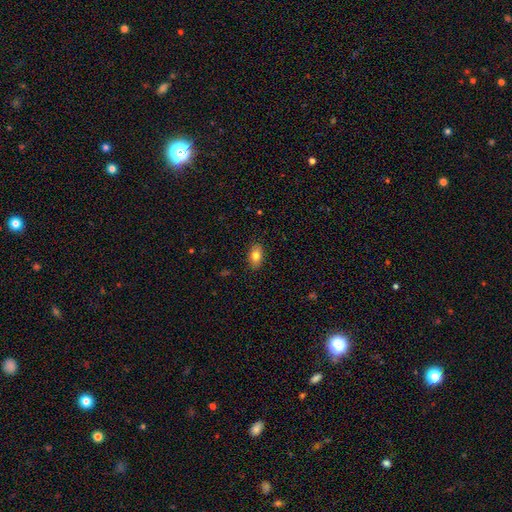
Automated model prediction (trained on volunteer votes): Overall: smooth (79%). How rounded: in between (87%). Merging: none (87%).